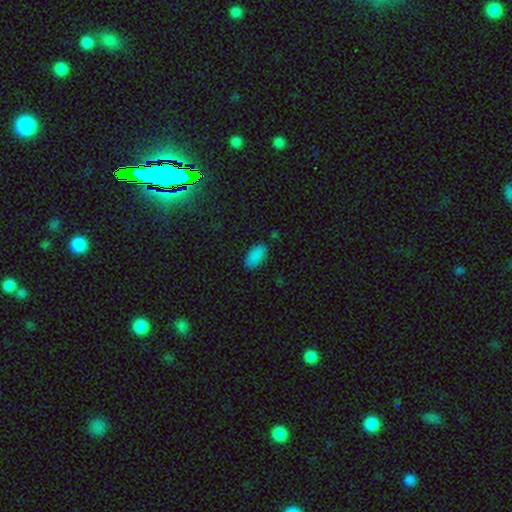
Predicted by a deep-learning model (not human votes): The model was most divided on "merging": none: 84%, minor disturbance: 12%, major disturbance: 3%, merger: 2%. More confident: how rounded — in between (93%); smooth or featured — smooth (87%).